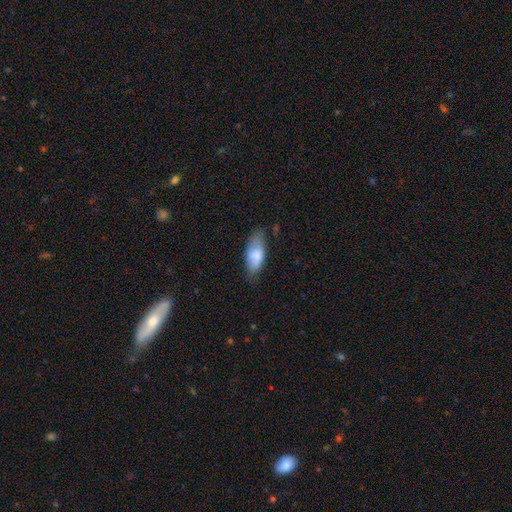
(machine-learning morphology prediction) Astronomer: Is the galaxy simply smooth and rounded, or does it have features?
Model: smooth — 78%.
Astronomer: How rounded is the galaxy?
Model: in between — 83%.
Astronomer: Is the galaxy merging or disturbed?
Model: none — 63%.